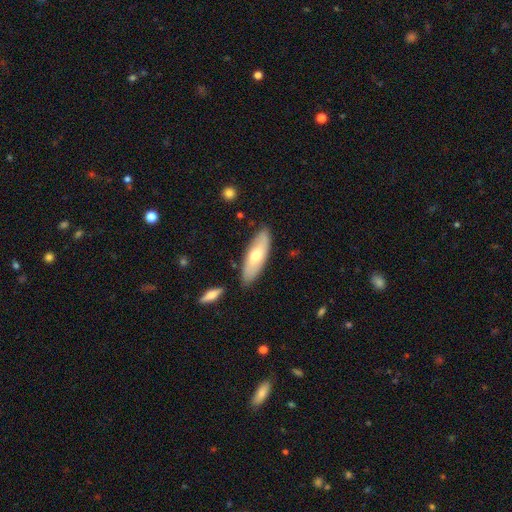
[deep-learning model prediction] Overall: smooth (61%; featured or disk 34%). How rounded: in between (58%; cigar-shaped 40%). Merging: none (83%).